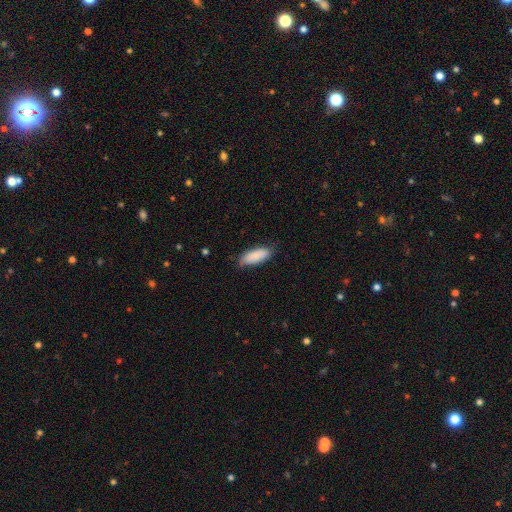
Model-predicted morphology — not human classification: The model was most divided on "how rounded": in between: 73%, cigar-shaped: 25%, round: 2%. More confident: smooth or featured — smooth (88%); merging — none (77%).